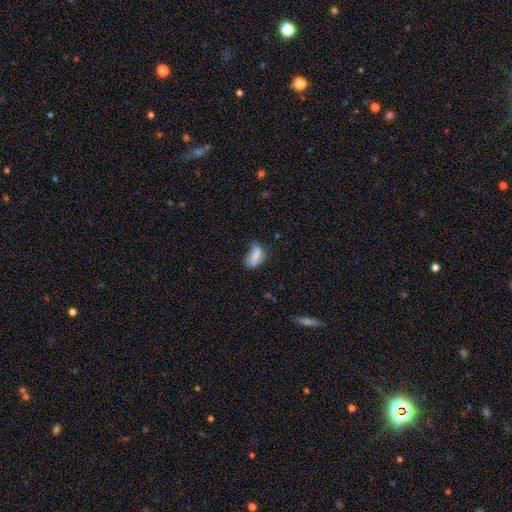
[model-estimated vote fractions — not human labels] Q: Smooth or featured?
A: smooth (67%); runner-up: featured or disk (22%)
Q: How rounded?
A: in between (85%); runner-up: round (9%)
Q: Merging?
A: none (30%); runner-up: minor disturbance (28%)